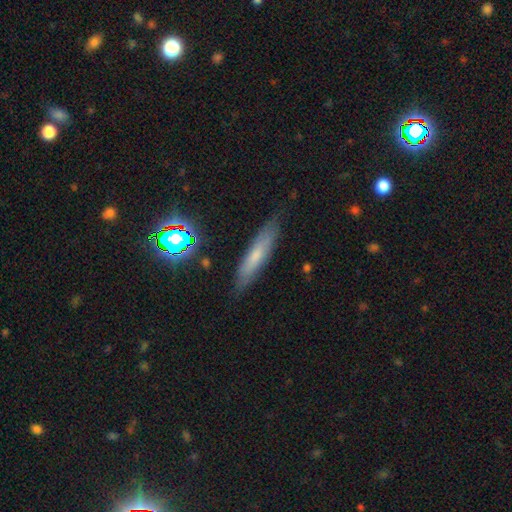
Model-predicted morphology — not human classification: type=smooth (56%); roundness=cigar-shaped (82%); merging=none (81%).